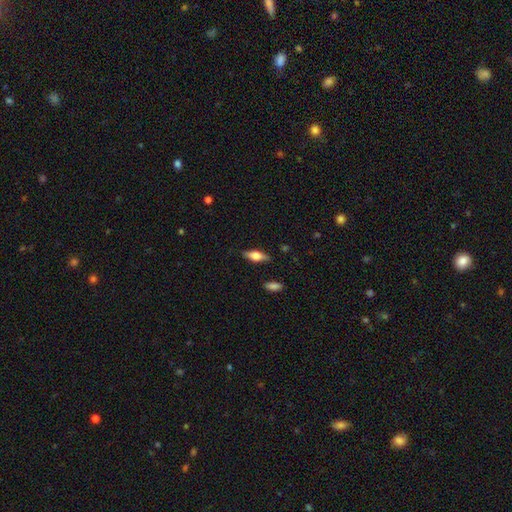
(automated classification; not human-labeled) smooth 52%, featured or disk 41%, star or artifact 7%. Down the decision tree: how rounded — in between (65%); merging — none (83%).